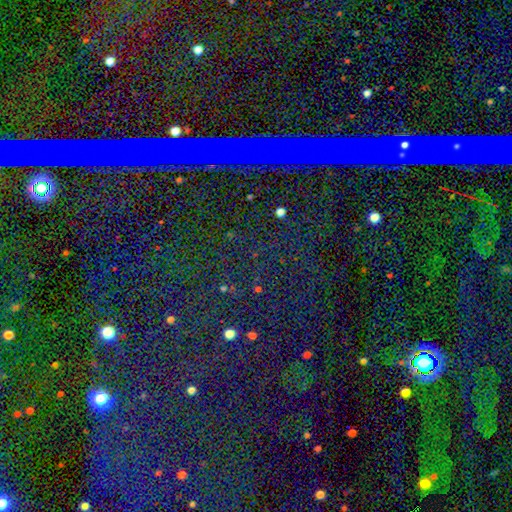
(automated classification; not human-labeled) Smooth or featured? star or artifact (84%)